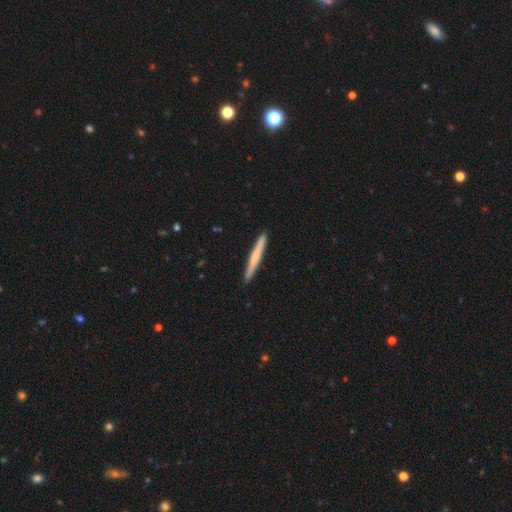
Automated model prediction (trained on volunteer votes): A smooth galaxy with no disk features (61%) that is cigar-shaped (97%).

Vote fractions:
- Smooth or featured? smooth: 61% / featured or disk: 34% / star or artifact: 5%
- How rounded? cigar-shaped: 97% / in between: 2% / round: 1%
- Merging? none: 92% / minor disturbance: 6% / major disturbance: 1% / merger: 1%